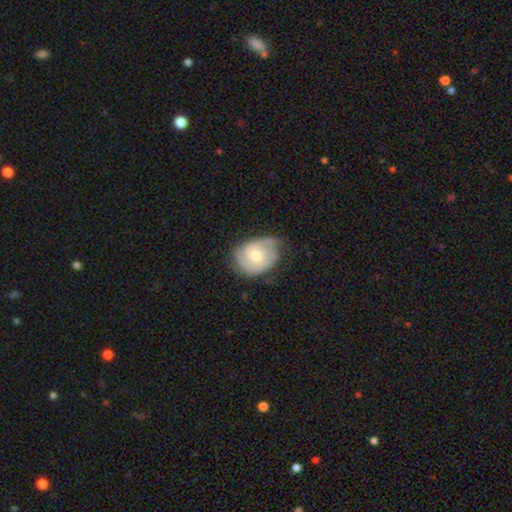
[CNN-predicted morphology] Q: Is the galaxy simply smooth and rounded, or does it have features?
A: featured or disk — 67%.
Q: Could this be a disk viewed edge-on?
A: no — 97%.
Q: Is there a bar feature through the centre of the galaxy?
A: no — 72%.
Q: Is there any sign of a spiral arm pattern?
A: yes — 87%.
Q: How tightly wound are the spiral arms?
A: tight — 51%.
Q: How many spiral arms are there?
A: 2 — 50%.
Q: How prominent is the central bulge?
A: moderate — 63%.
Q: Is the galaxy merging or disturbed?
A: none — 58%.